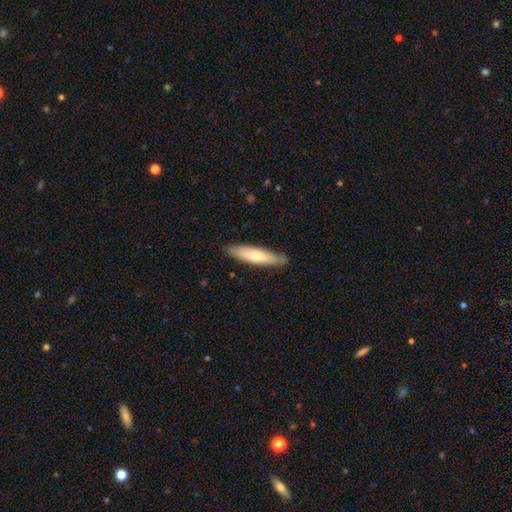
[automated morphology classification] Q: Smooth or featured?
A: smooth (67%); runner-up: featured or disk (28%)
Q: How rounded?
A: cigar-shaped (80%); runner-up: in between (18%)
Q: Merging?
A: none (85%); runner-up: minor disturbance (12%)